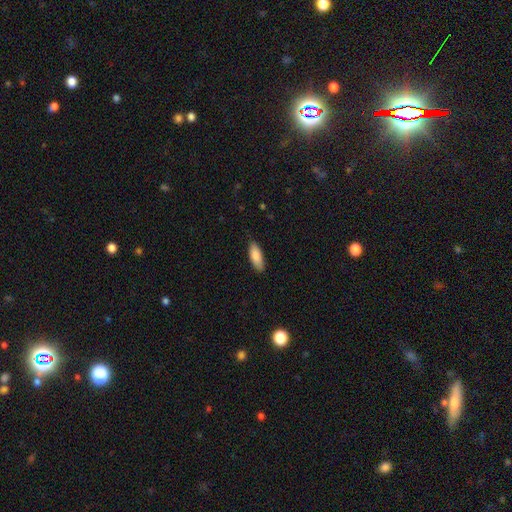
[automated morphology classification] A smooth galaxy with no disk features (86%) that is in between round and cigar-shaped (70%).

Vote fractions:
- Smooth or featured? smooth: 86% / featured or disk: 8% / star or artifact: 6%
- How rounded? in between: 70% / cigar-shaped: 28% / round: 2%
- Merging? none: 81% / minor disturbance: 15% / major disturbance: 2% / merger: 1%